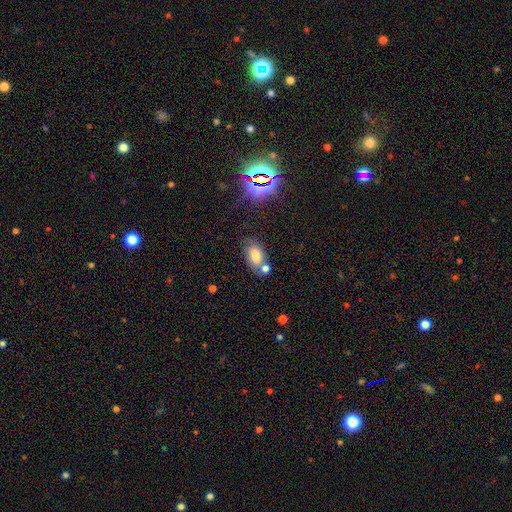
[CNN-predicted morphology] A smooth galaxy with no disk features (72%) that is in between round and cigar-shaped (87%).

Vote fractions:
- Smooth or featured? smooth: 72% / star or artifact: 15% / featured or disk: 14%
- How rounded? in between: 87% / round: 11% / cigar-shaped: 2%
- Merging? none: 51% / merger: 27% / minor disturbance: 17% / major disturbance: 6%